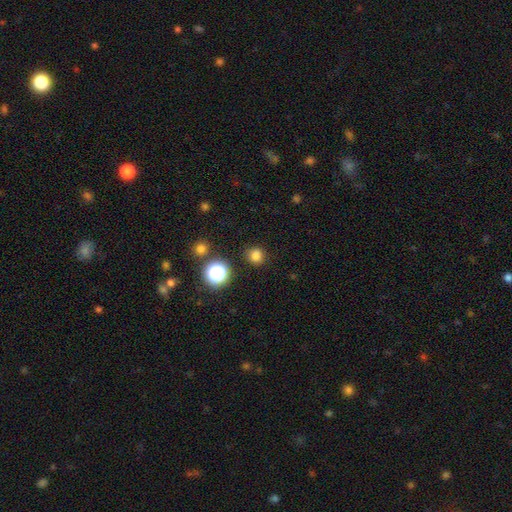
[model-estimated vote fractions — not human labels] A smooth galaxy with no disk features (79%) that is round (90%).

Vote fractions:
- Smooth or featured? smooth: 79% / star or artifact: 17% / featured or disk: 4%
- How rounded? round: 90% / in between: 9% / cigar-shaped: 1%
- Merging? none: 88% / minor disturbance: 7% / major disturbance: 3% / merger: 2%